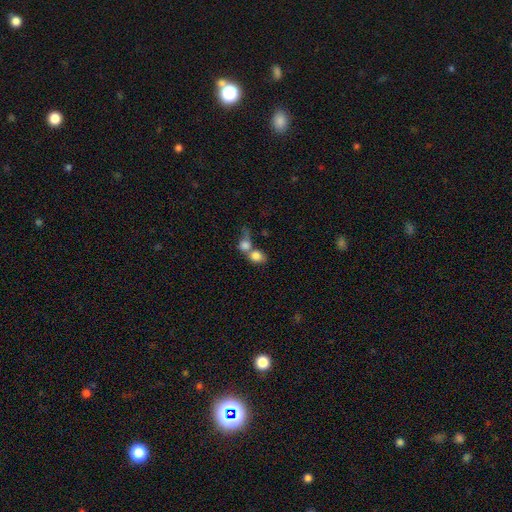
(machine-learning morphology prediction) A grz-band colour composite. It shows a smooth galaxy with no disk features (80%) that is in between round and cigar-shaped (49%, tied with round). Merging: merger (69%).